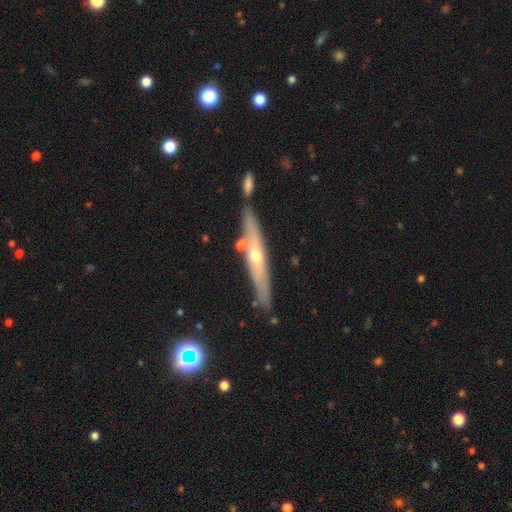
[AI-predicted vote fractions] Smooth or featured: featured or disk — 62% (smooth — 31%)
Edge-on disk: yes — 87% (no — 13%)
Edge-on bulge: rounded — 82% (none — 15%)
Merging: none — 76% (minor disturbance — 12%)